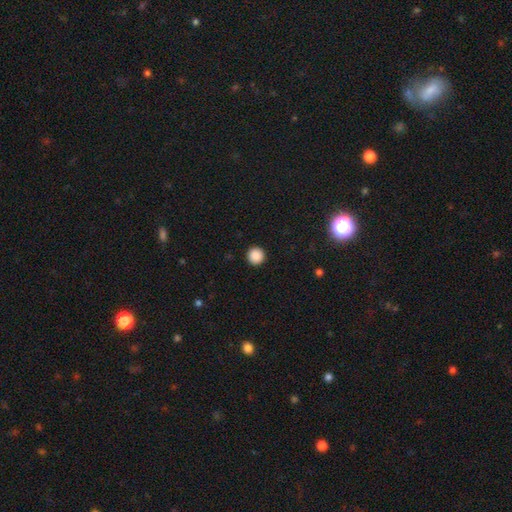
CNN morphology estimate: A smooth galaxy with no disk features (88%) that is round (96%). Merging: none (94%).